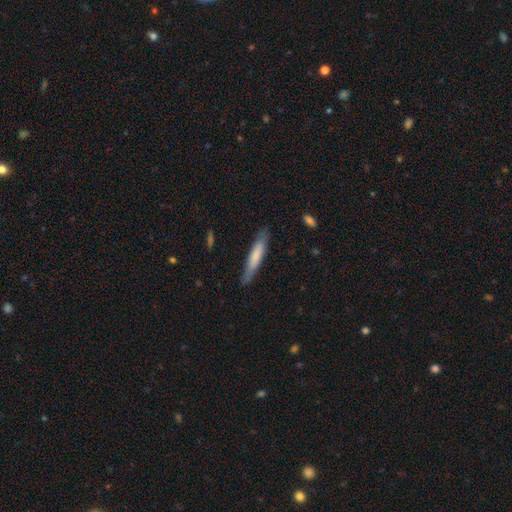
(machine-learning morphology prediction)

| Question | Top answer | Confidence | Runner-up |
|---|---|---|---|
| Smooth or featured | smooth | 68% | featured or disk (26%) |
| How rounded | cigar-shaped | 89% | in between (10%) |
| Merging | none | 80% | minor disturbance (15%) |